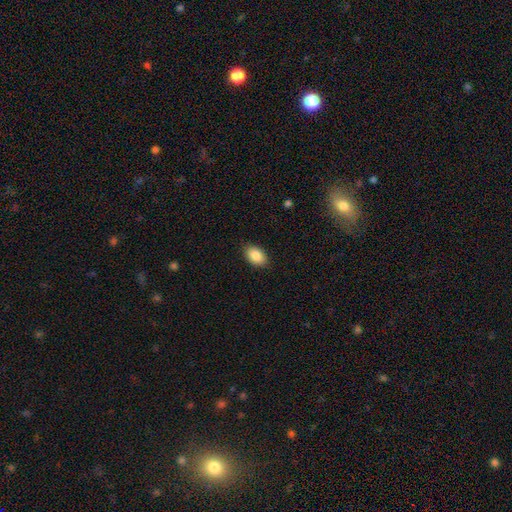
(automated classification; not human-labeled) Smooth or featured?
  - smooth: 88% *
  - star or artifact: 7%
  - featured or disk: 5%
How rounded?
  - in between: 89% *
  - round: 10%
  - cigar-shaped: 1%
Merging?
  - none: 87% *
  - minor disturbance: 10%
  - major disturbance: 2%
  - merger: 1%